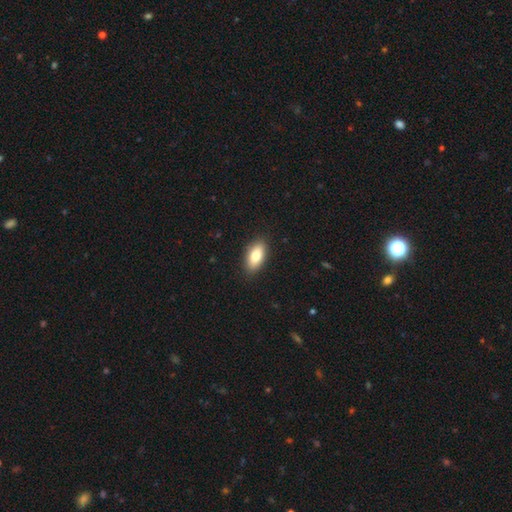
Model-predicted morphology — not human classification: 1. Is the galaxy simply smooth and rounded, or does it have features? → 80% smooth, 13% featured or disk, 7% star or artifact.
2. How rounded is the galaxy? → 89% in between, 7% cigar-shaped, 4% round.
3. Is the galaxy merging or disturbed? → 89% none, 8% minor disturbance, 2% major disturbance, 1% merger.